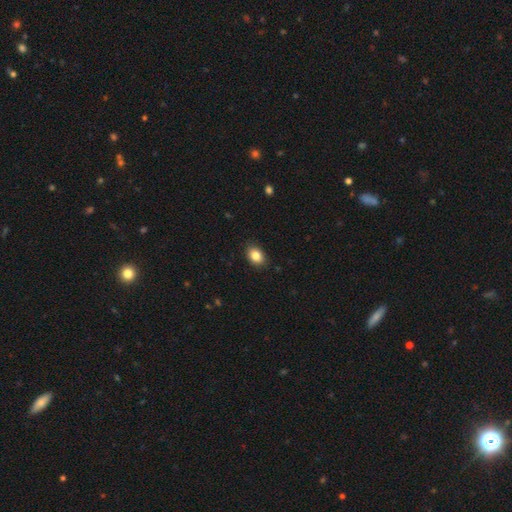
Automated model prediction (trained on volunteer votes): smooth_or_featured: smooth (p=0.85) [alt: star or artifact p=0.09]
how_rounded: in between (p=0.74) [alt: round p=0.25]
merging: none (p=0.87) [alt: minor disturbance p=0.10]